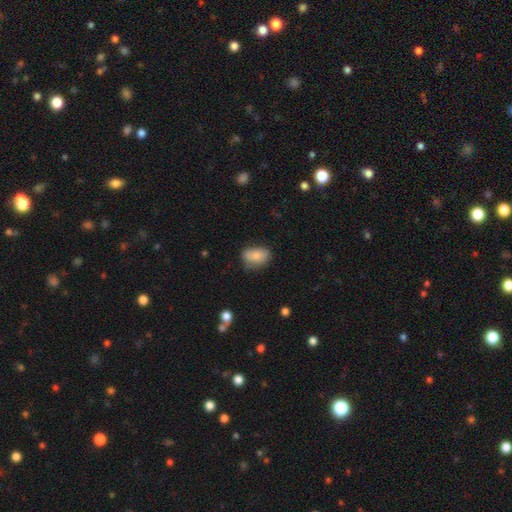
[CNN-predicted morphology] Overall: smooth (77%). How rounded: in between (85%). Merging: none (61%; minor disturbance 29%).